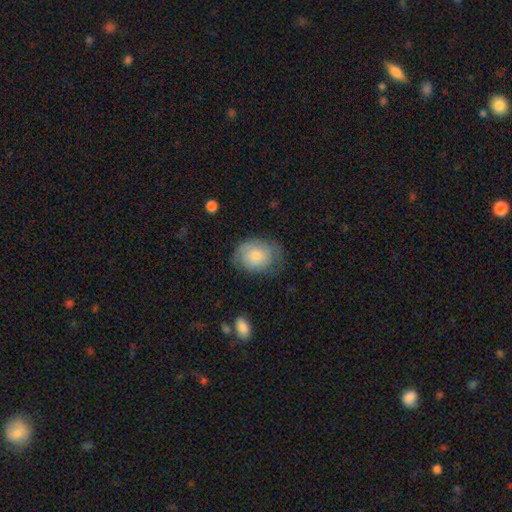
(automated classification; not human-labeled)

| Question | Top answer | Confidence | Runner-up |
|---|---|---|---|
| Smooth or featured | smooth | 70% | featured or disk (23%) |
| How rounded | in between | 57% | round (42%) |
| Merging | none | 58% | minor disturbance (29%) |